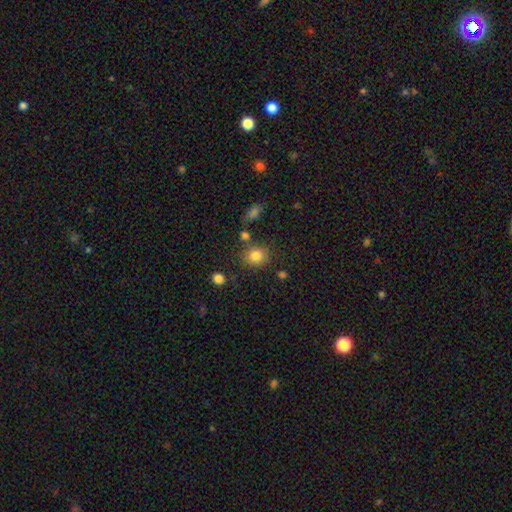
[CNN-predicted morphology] Smooth or featured?
  - smooth: 82% *
  - star or artifact: 11%
  - featured or disk: 7%
How rounded?
  - round: 67% *
  - in between: 32%
  - cigar-shaped: 1%
Merging?
  - none: 76% *
  - minor disturbance: 12%
  - merger: 8%
  - major disturbance: 4%